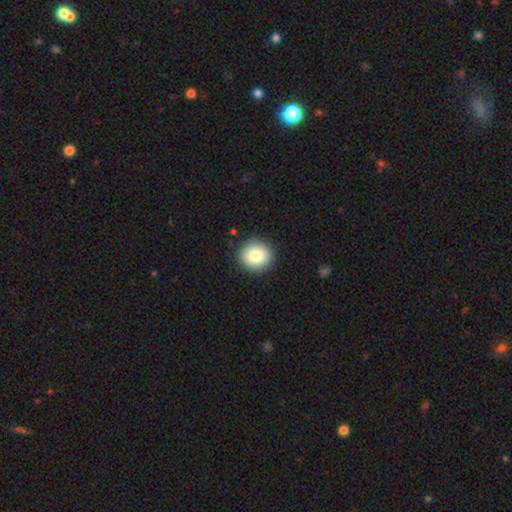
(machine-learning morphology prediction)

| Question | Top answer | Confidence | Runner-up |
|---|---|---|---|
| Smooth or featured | smooth | 82% | star or artifact (9%) |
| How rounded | round | 87% | in between (12%) |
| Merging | none | 89% | minor disturbance (8%) |